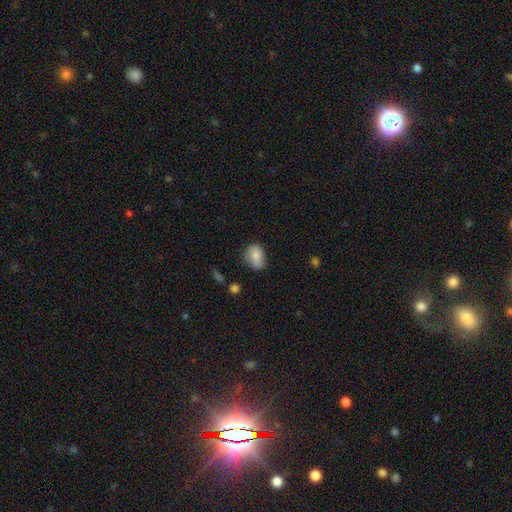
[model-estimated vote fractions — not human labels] Smooth or featured?
  - smooth: 78% *
  - featured or disk: 14%
  - star or artifact: 9%
How rounded?
  - in between: 68% *
  - round: 31%
  - cigar-shaped: 2%
Merging?
  - none: 58% *
  - minor disturbance: 32%
  - major disturbance: 8%
  - merger: 3%